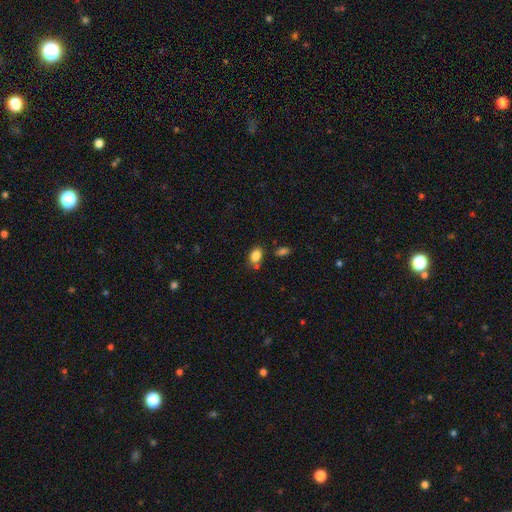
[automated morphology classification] Smooth or featured? Predicted: smooth (p=0.85). How rounded? Predicted: in between (p=0.79). Merging? Predicted: none (p=0.68).